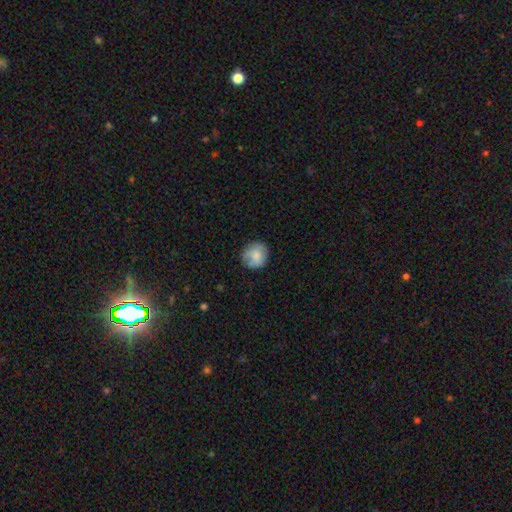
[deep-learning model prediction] This appears to be a smooth galaxy with no disk features (77%) that is round (88%). Merging: none (75%).